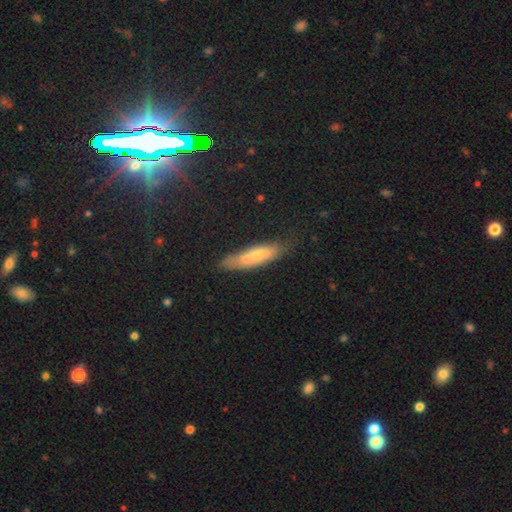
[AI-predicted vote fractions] smooth-or-featured: smooth: 66% | featured or disk: 24% | star or artifact: 9%
  how-rounded: cigar-shaped: 68% | in between: 30% | round: 2%
  merging: none: 65% | minor disturbance: 19% | merger: 11% | major disturbance: 5%